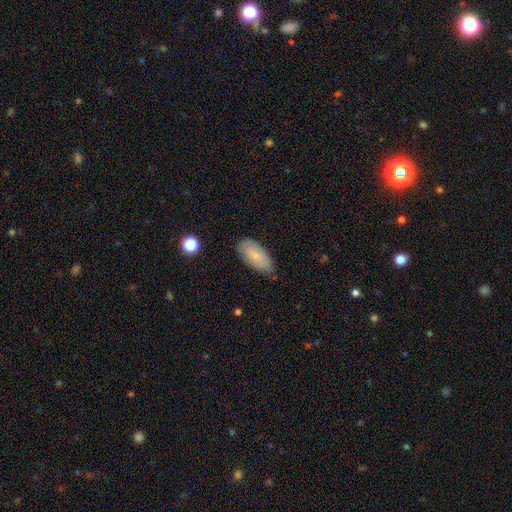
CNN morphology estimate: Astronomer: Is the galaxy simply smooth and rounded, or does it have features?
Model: smooth — 72%.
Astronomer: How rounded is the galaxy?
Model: in between — 92%.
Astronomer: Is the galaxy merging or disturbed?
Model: none — 71%.